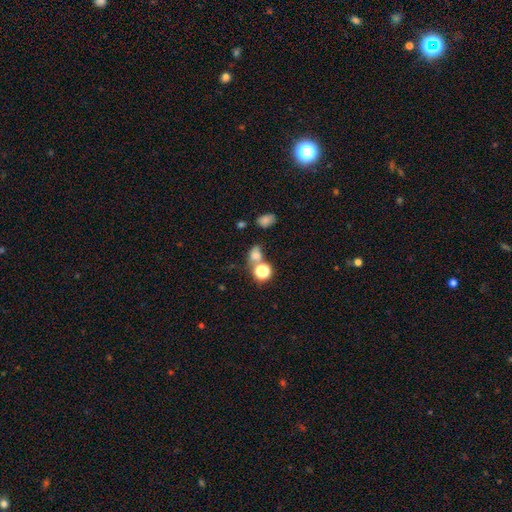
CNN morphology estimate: A smooth galaxy with no disk features (67%) that is round (50%). Merging: none (51%).